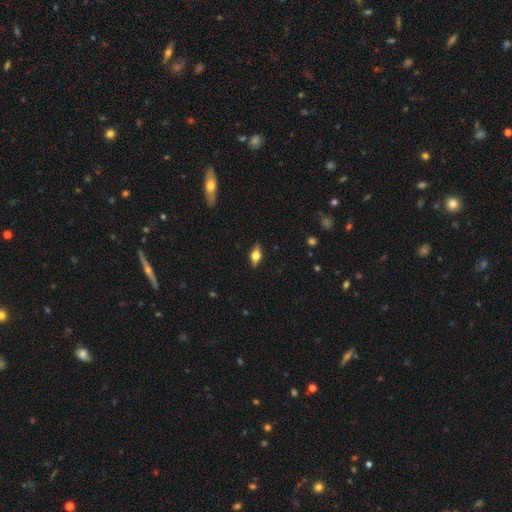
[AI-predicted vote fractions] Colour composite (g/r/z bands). It shows a smooth galaxy with no disk features (51%) that is in between round and cigar-shaped (78%). Merging: none (86%).